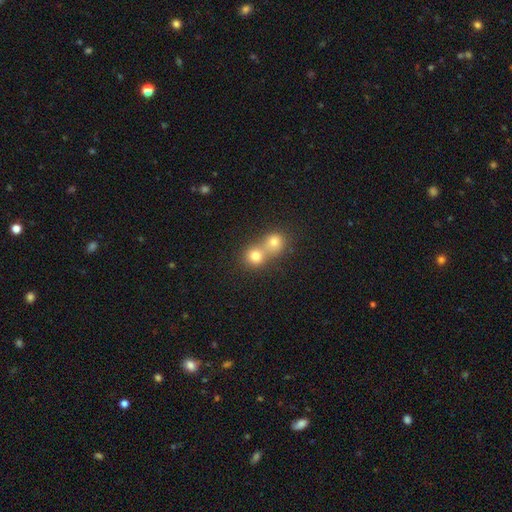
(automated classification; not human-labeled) smooth-or-featured: smooth: 76% | star or artifact: 14% | featured or disk: 11%
  how-rounded: round: 84% | in between: 15% | cigar-shaped: 1%
  merging: merger: 60% | none: 34% | minor disturbance: 4% | major disturbance: 2%